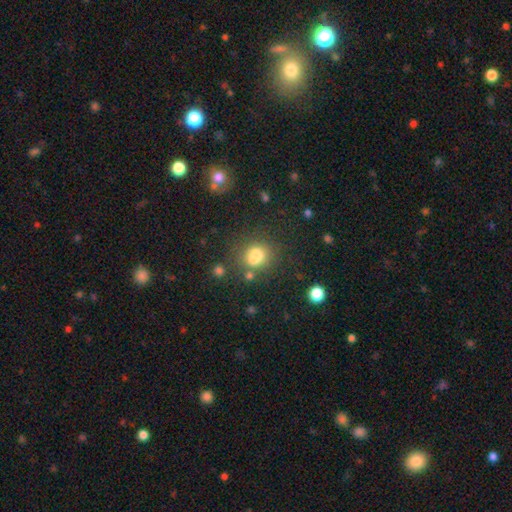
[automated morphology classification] smooth_or_featured: smooth (p=0.74) [alt: star or artifact p=0.14]
how_rounded: round (p=0.72) [alt: in between p=0.27]
merging: none (p=0.55) [alt: merger p=0.25]